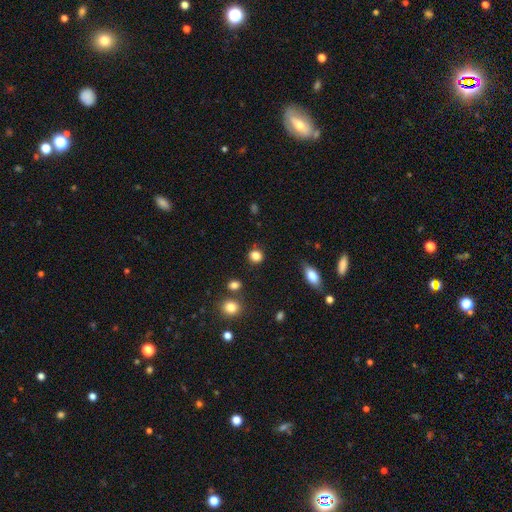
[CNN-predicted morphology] Smooth or featured?
  - smooth: 85% *
  - star or artifact: 11%
  - featured or disk: 4%
How rounded?
  - round: 81% *
  - in between: 17%
  - cigar-shaped: 1%
Merging?
  - none: 86% *
  - minor disturbance: 9%
  - merger: 3%
  - major disturbance: 3%